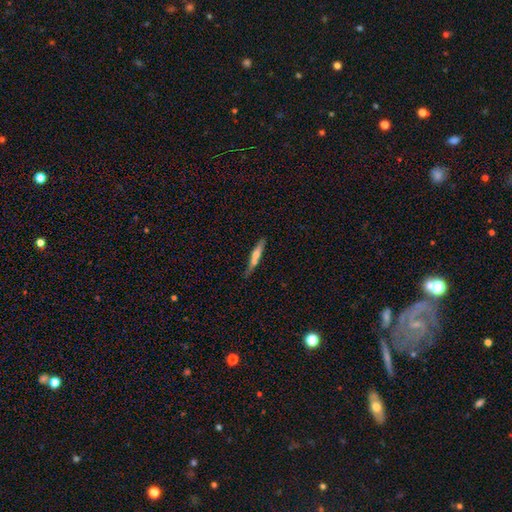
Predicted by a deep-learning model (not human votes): Smooth or featured?
  - smooth: 50% *
  - featured or disk: 44%
  - star or artifact: 7%
Merging?
  - none: 60% *
  - merger: 19%
  - minor disturbance: 16%
  - major disturbance: 4%